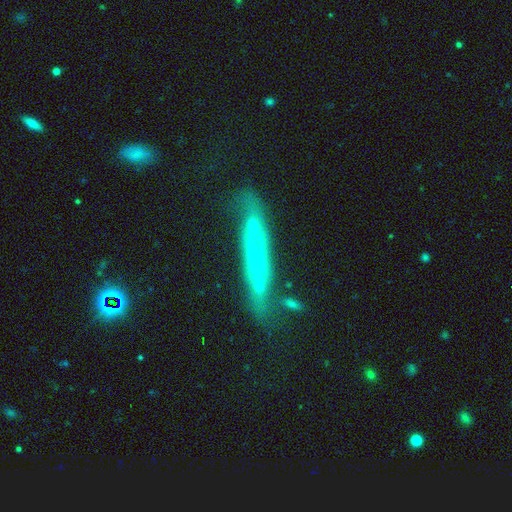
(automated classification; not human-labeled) Smooth or featured?
  - featured or disk: 58% *
  - smooth: 28%
  - star or artifact: 13%
Edge-on disk?
  - yes: 64% *
  - no: 36%
Merging?
  - none: 57% *
  - minor disturbance: 24%
  - major disturbance: 12%
  - merger: 7%